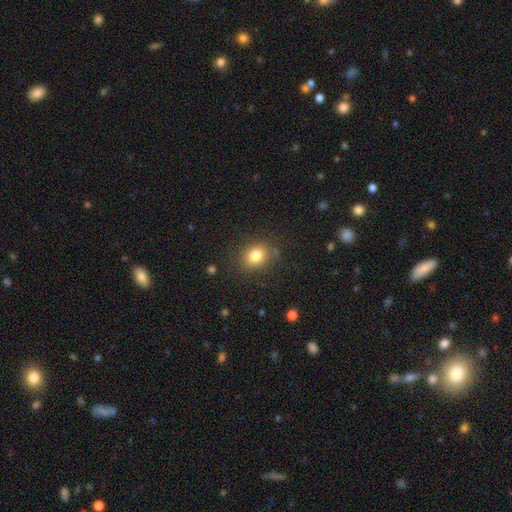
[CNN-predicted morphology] Overall: smooth (81%). How rounded: round (54%; in between 45%). Merging: none (81%).